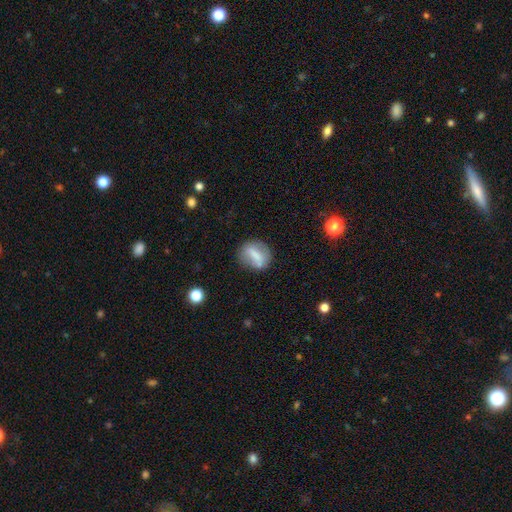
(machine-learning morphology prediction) type=smooth (61%); roundness=in between (47%); merging=none (69%).